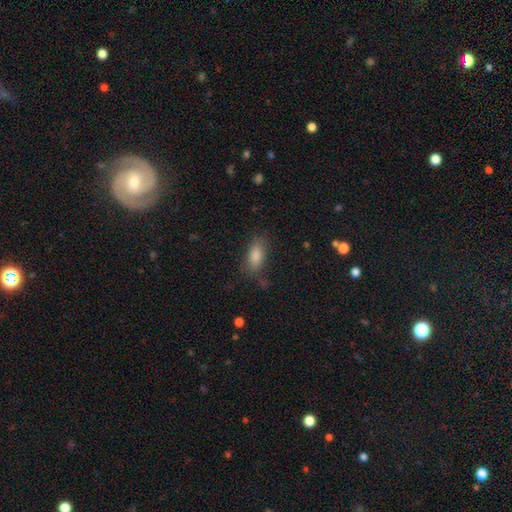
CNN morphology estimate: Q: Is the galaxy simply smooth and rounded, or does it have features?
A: smooth — 82%.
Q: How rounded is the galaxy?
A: in between — 81%.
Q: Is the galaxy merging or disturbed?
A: none — 77%.